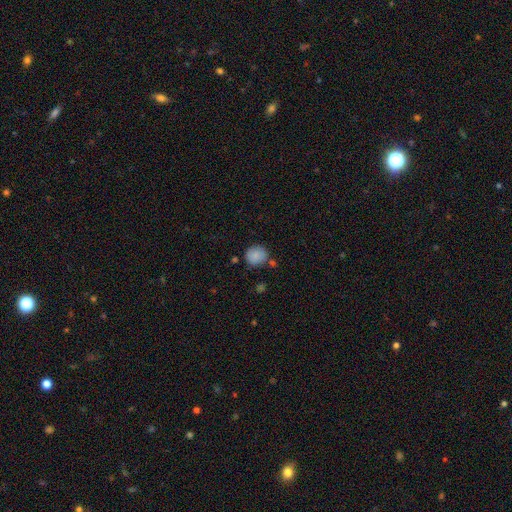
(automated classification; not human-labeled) Smooth or featured: smooth — 86% (star or artifact — 9%)
How rounded: round — 82% (in between — 17%)
Merging: none — 73% (minor disturbance — 15%)